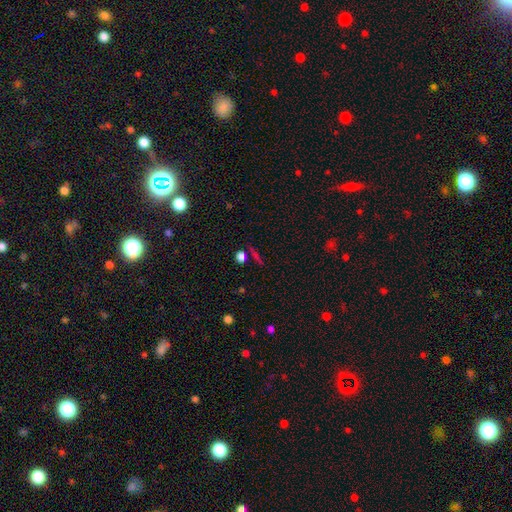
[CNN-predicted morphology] Smooth or featured: smooth — 50% (star or artifact — 34%)
How rounded: cigar-shaped — 42% (round — 33%)
Merging: none — 82% (minor disturbance — 8%)